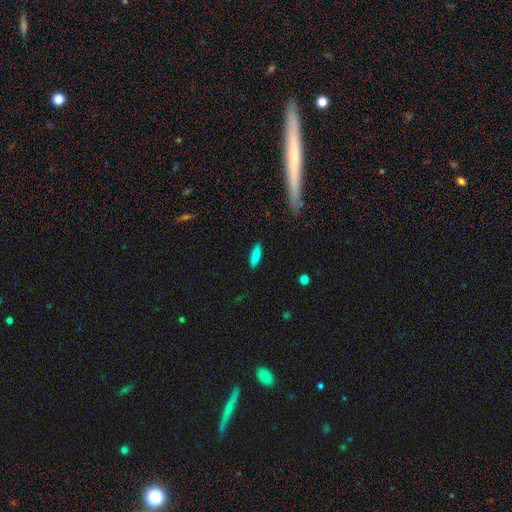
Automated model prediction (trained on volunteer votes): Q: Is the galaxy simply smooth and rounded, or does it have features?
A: smooth — 86%.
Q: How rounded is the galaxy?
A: cigar-shaped — 66%.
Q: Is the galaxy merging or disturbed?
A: none — 87%.